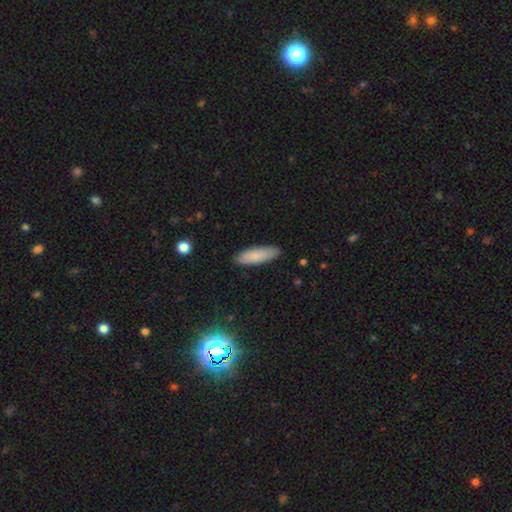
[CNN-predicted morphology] This is clearly a smooth galaxy (85%). How rounded: possibly cigar-shaped (50%). Merging: clearly none (88%).